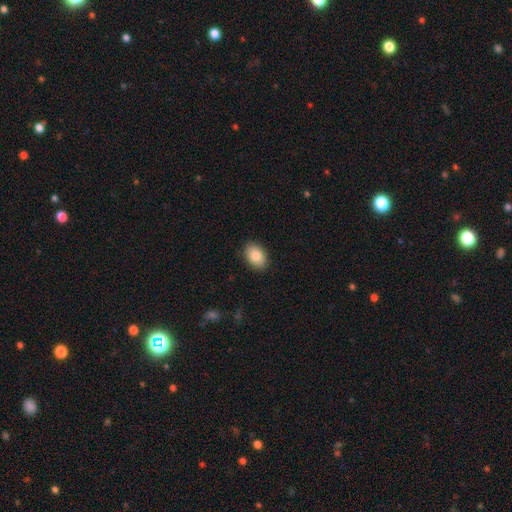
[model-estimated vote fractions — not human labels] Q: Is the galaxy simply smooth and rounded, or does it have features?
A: smooth — 85%.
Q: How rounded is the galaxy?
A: in between — 85%.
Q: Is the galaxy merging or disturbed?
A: none — 89%.